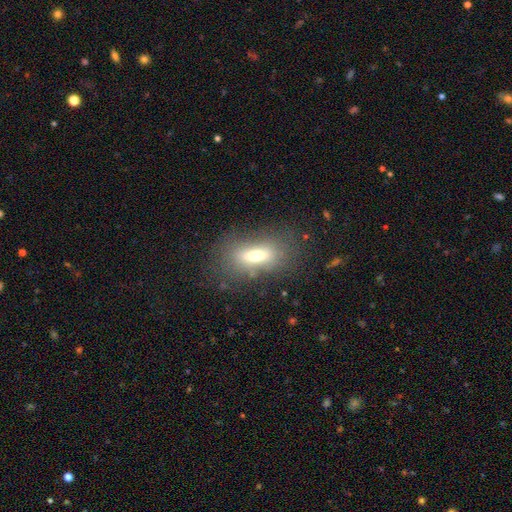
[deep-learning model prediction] The model was most divided on "smooth or featured": smooth: 61%, featured or disk: 26%, star or artifact: 12%. More confident: merging — none (75%); how rounded — in between (72%).